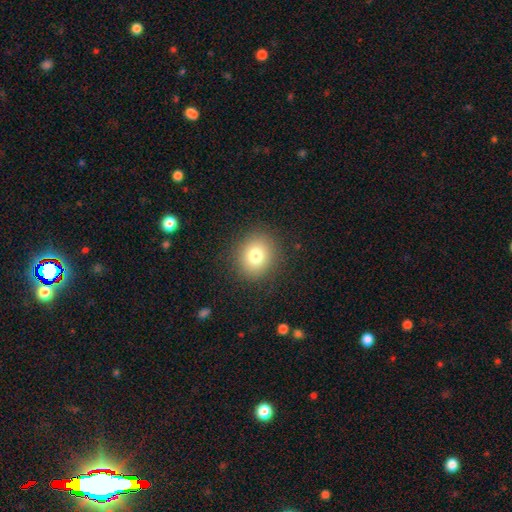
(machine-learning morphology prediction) smooth-or-featured: smooth: 78% | star or artifact: 12% | featured or disk: 10%
  how-rounded: round: 75% | in between: 24% | cigar-shaped: 1%
  merging: none: 88% | minor disturbance: 8% | major disturbance: 3% | merger: 1%